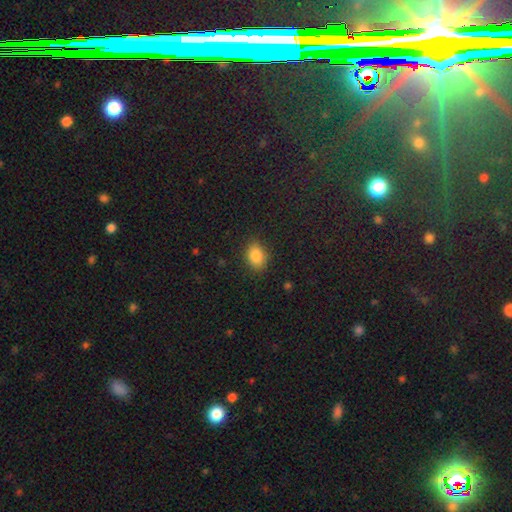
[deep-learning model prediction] This is clearly a smooth galaxy (85%). How rounded: likely in between (70%). Merging: clearly none (85%).